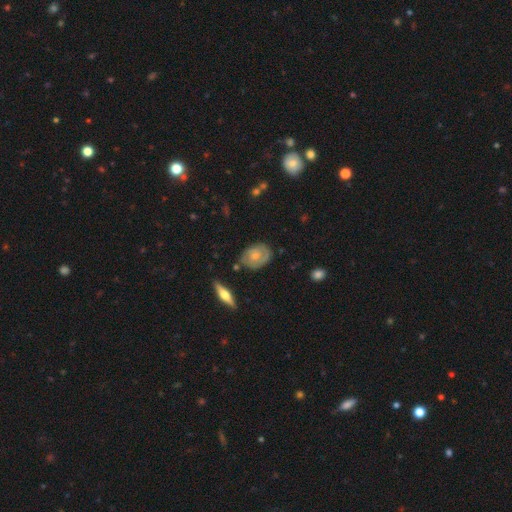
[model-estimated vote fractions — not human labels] smooth-or-featured: featured or disk: 54% | smooth: 39% | star or artifact: 7%
  disk-edge-on: no: 88% | yes: 12%
  merging: none: 71% | minor disturbance: 21% | major disturbance: 5% | merger: 3%